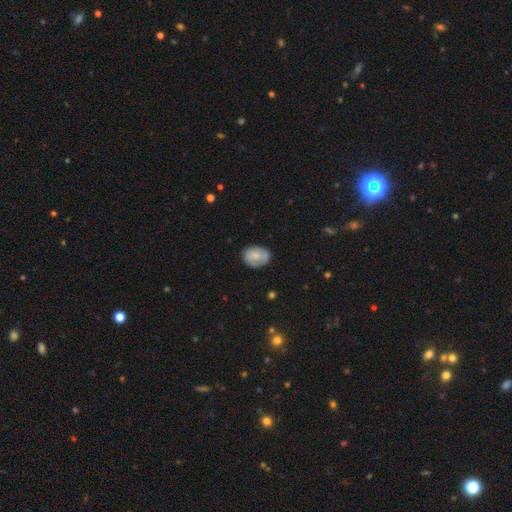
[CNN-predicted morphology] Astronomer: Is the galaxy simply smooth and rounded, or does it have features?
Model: smooth — 73%.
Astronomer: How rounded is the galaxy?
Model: in between — 65%.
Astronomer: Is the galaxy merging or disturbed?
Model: none — 71%.